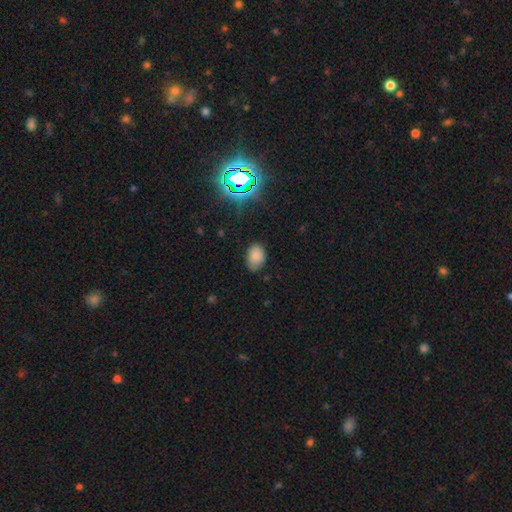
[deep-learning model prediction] Smooth or featured?
  - smooth: 78% *
  - star or artifact: 14%
  - featured or disk: 8%
How rounded?
  - in between: 84% *
  - round: 15%
  - cigar-shaped: 1%
Merging?
  - none: 70% *
  - minor disturbance: 25%
  - major disturbance: 4%
  - merger: 1%